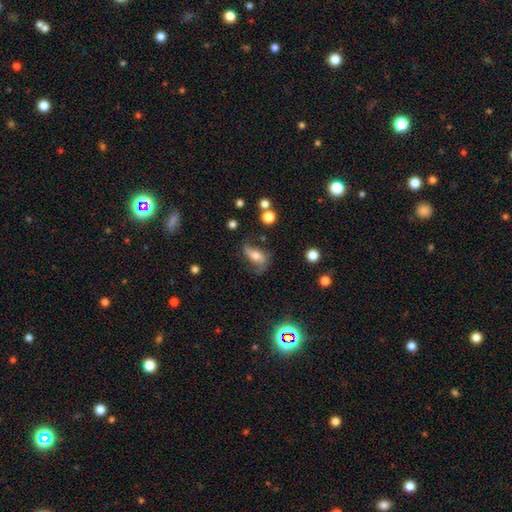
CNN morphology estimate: A featured or disk galaxy (66%) with no bar (50%), 2 (88%) loose (82%) spiral arms (89%) and a moderate central bulge (63%).

Vote fractions:
- Smooth or featured? featured or disk: 66% / smooth: 24% / star or artifact: 10%
- Edge-on disk? no: 91% / yes: 9%
- Bar? no: 50% / weak: 30% / strong: 20%
- Spiral arms? yes: 89% / no: 11%
- Spiral winding? loose: 82% / medium: 13% / tight: 4%
- Spiral arm count? 2: 88% / 1: 5% / can't tell: 4% / 3: 1% / 4: 1% / more than 4: 1%
- Bulge size? moderate: 63% / small: 23% / large: 9% / none: 3% / dominant: 2%
- Merging? none: 61% / minor disturbance: 22% / major disturbance: 14% / merger: 3%